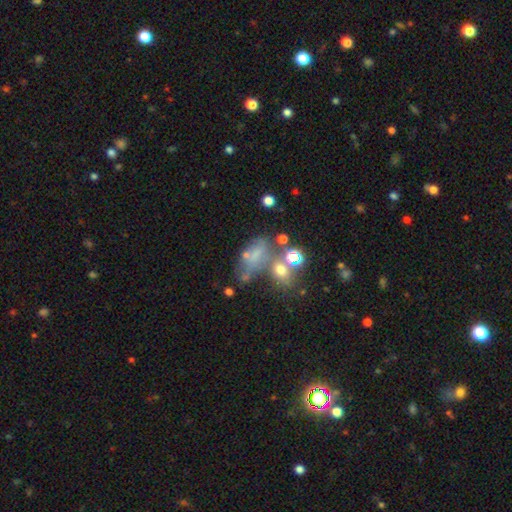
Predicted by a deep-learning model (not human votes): Overall: smooth (47%; featured or disk 29%). Merging: merger (31%; none 29%).